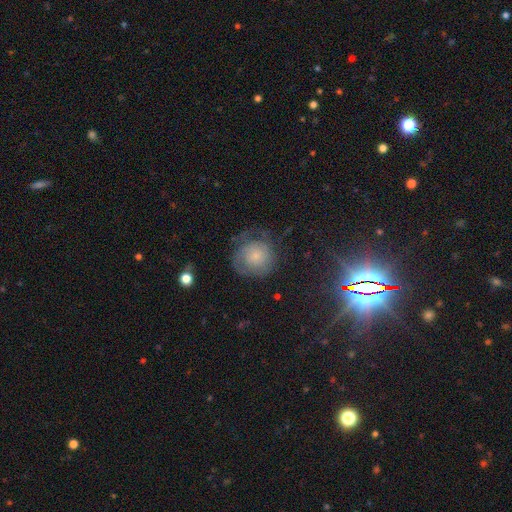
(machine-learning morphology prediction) Smooth or featured: smooth — 51% (featured or disk — 38%)
How rounded: round — 85% (in between — 14%)
Merging: none — 53% (minor disturbance — 26%)